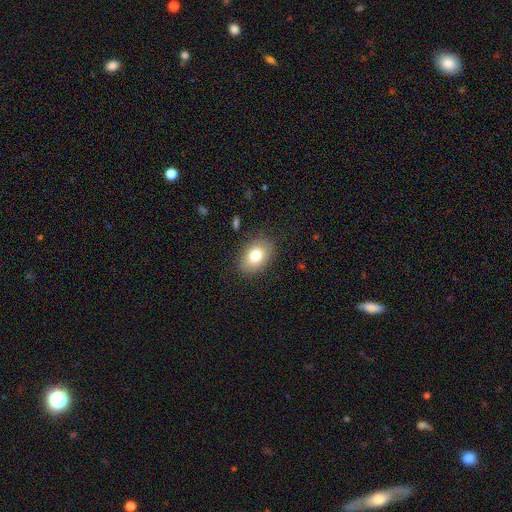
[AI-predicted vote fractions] This appears to be a smooth galaxy with no disk features (79%) that is in between round and cigar-shaped (79%). Merging: none (85%).